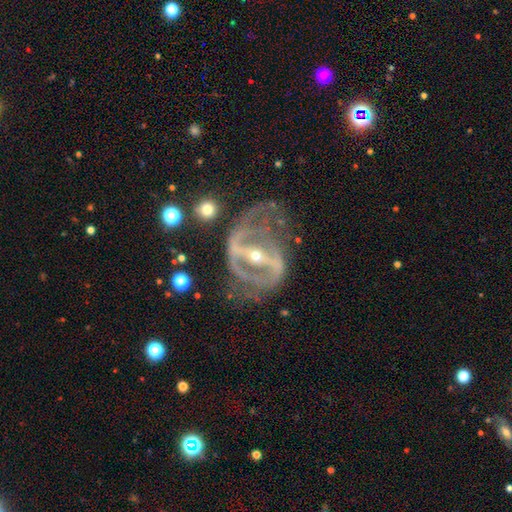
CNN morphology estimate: Overall: featured or disk (89%). Edge-on disk: no (94%). Bar: strong (79%). Spiral arms: yes (83%). Spiral arm count: 2 (71%). Spiral winding: medium (46%; tight 33%). Bulge size: small (66%; moderate 31%). Merging: none (50%; major disturbance 26%).